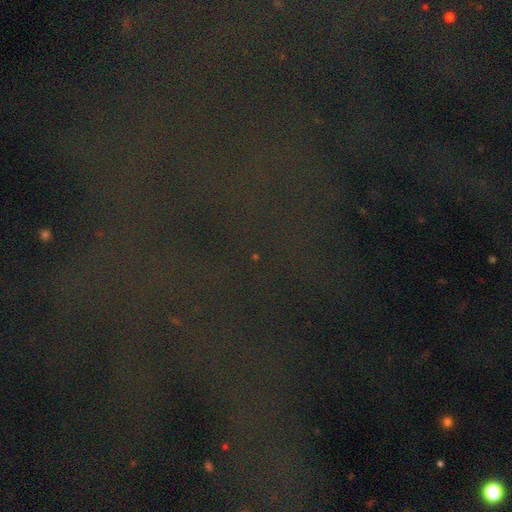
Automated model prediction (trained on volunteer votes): Smooth or featured? star or artifact (79%)